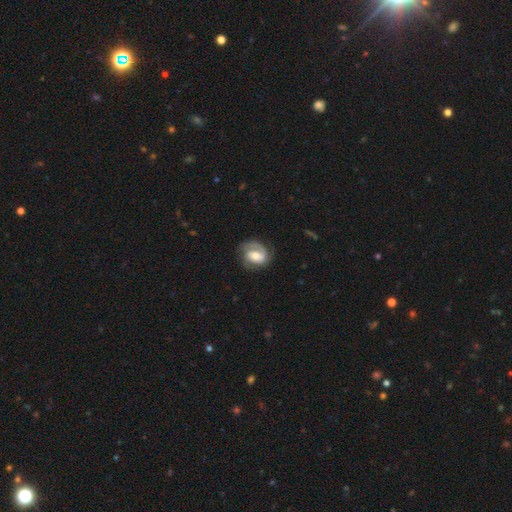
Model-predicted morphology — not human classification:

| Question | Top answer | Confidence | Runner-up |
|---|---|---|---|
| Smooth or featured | featured or disk | 74% | smooth (20%) |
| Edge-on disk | no | 97% | yes (3%) |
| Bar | no | 45% | weak (39%) |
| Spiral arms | yes | 91% | no (9%) |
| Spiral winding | tight | 49% | medium (38%) |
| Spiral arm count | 2 | 54% | 1 (28%) |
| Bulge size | moderate | 62% | small (25%) |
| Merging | none | 67% | minor disturbance (20%) |